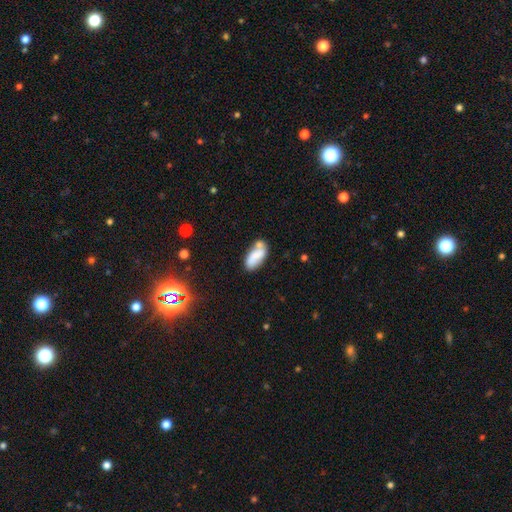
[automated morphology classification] A smooth galaxy with no disk features (69%) that is in between round and cigar-shaped (85%). Merging: none (50%).